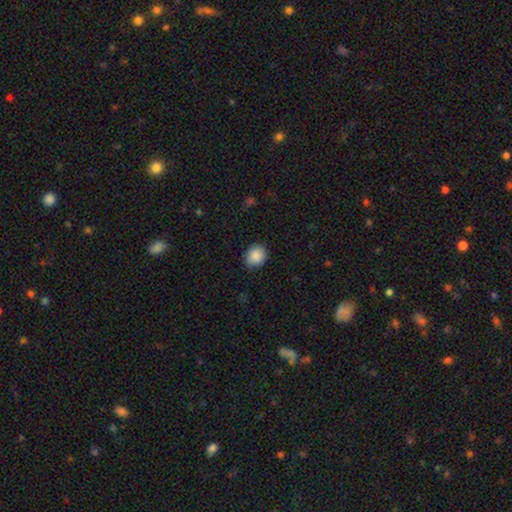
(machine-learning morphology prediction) This is clearly a smooth galaxy (89%). How rounded: likely round (76%). Merging: clearly none (86%).